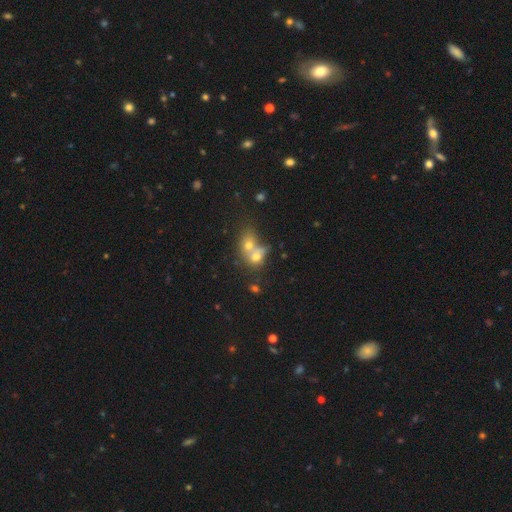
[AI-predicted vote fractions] The model was most divided on "how rounded": round: 51%, in between: 47%, cigar-shaped: 2%. More confident: merging — merger (67%); smooth or featured — smooth (64%).